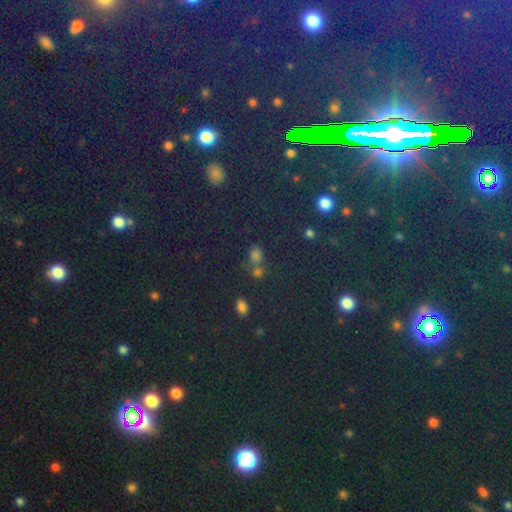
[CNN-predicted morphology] type=smooth (61%); roundness=round (52%); merging=none (53%).